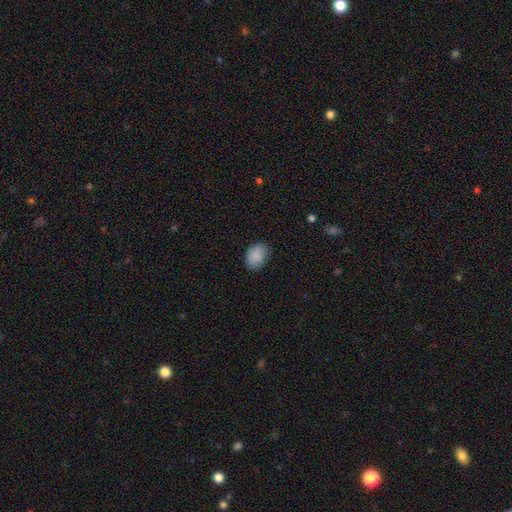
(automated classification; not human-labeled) smooth-or-featured: smooth: 88% | star or artifact: 7% | featured or disk: 5%
  how-rounded: in between: 77% | round: 22% | cigar-shaped: 1%
  merging: none: 81% | minor disturbance: 15% | major disturbance: 3% | merger: 1%